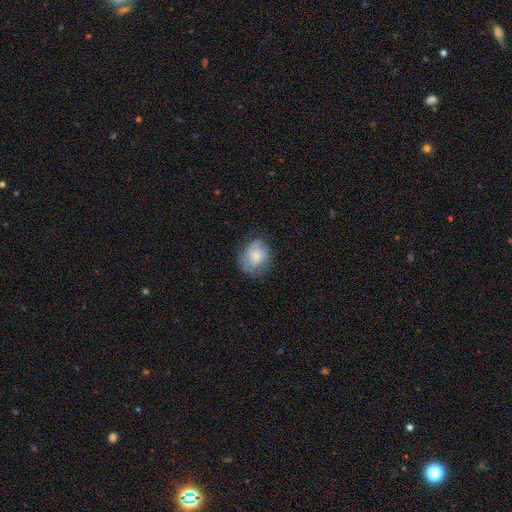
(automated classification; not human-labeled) Q: Smooth or featured?
A: smooth (72%); runner-up: featured or disk (21%)
Q: How rounded?
A: round (59%); runner-up: in between (40%)
Q: Merging?
A: none (65%); runner-up: minor disturbance (25%)